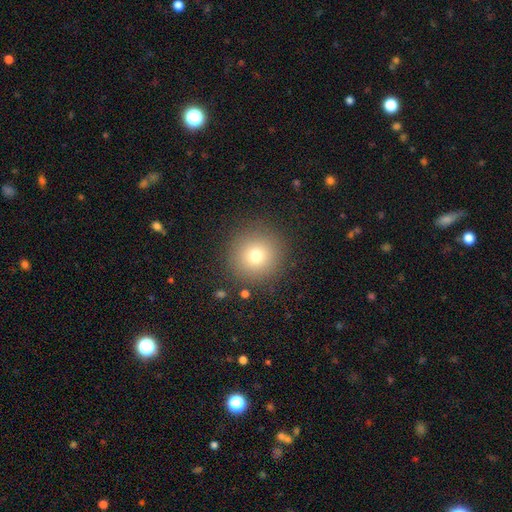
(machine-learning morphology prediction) The model was most divided on "smooth or featured": smooth: 75%, star or artifact: 14%, featured or disk: 11%. More confident: how rounded — round (95%); merging — none (88%).